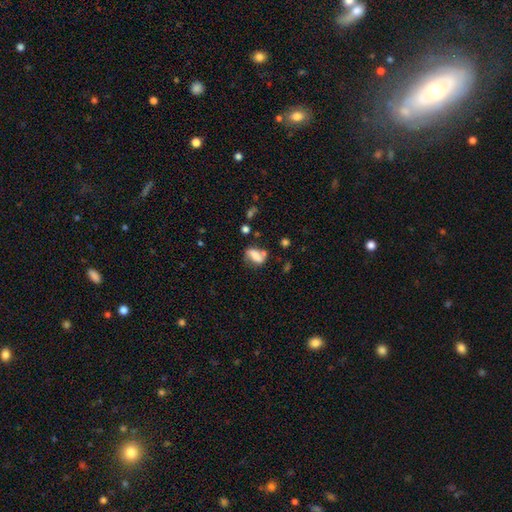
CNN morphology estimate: smooth-or-featured: smooth: 49% | featured or disk: 41% | star or artifact: 10%
  merging: none: 55% | minor disturbance: 22% | merger: 13% | major disturbance: 10%